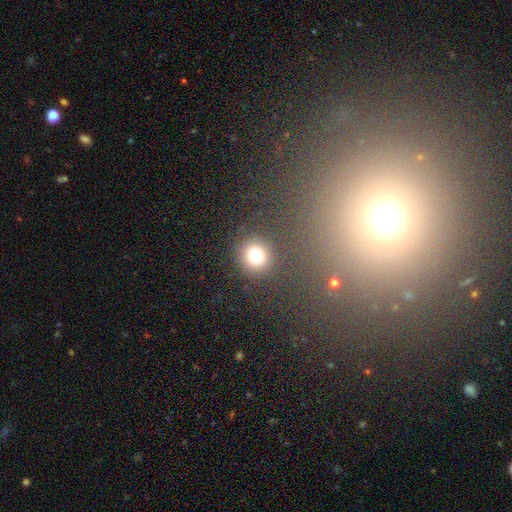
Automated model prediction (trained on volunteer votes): Overall: smooth (76%). How rounded: round (88%). Merging: none (86%).